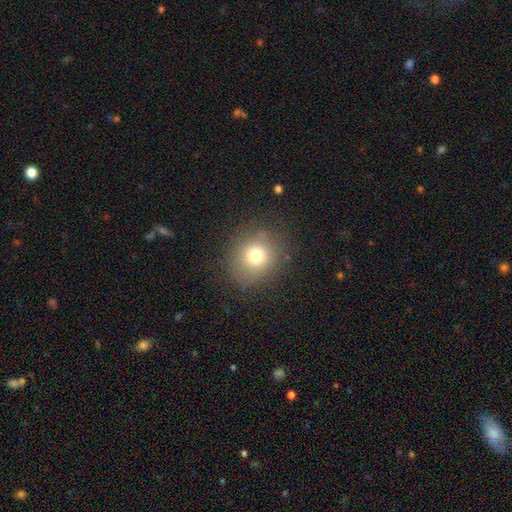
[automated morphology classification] This appears to be a smooth galaxy with no disk features (74%) that is round (81%). Merging: none (83%).